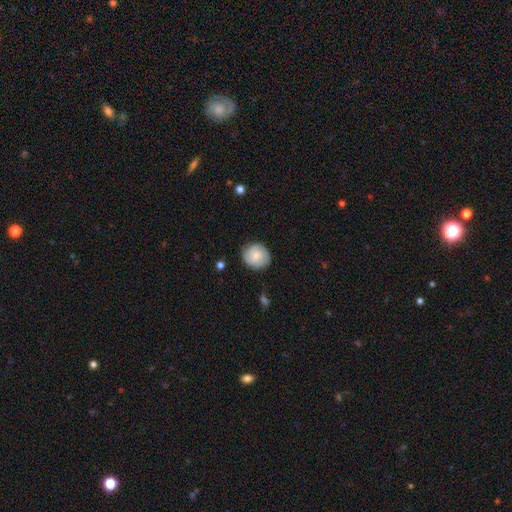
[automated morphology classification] Overall: smooth (68%). How rounded: round (82%). Merging: none (80%).